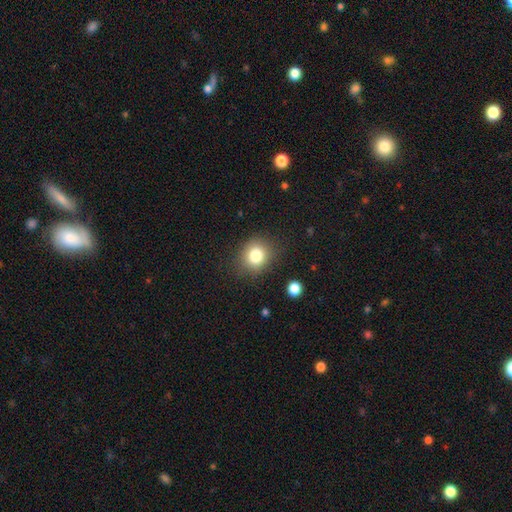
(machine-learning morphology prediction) Smooth or featured?
  - smooth: 81% *
  - star or artifact: 11%
  - featured or disk: 8%
How rounded?
  - round: 70% *
  - in between: 29%
  - cigar-shaped: 1%
Merging?
  - none: 82% *
  - minor disturbance: 12%
  - major disturbance: 4%
  - merger: 2%